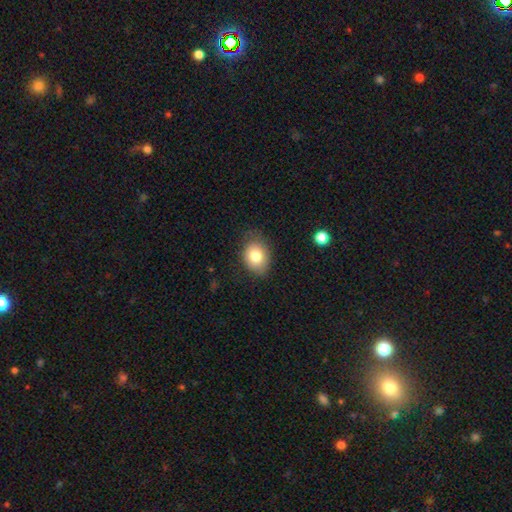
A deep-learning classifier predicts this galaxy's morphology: smooth_or_featured: smooth (p=0.80) [alt: featured or disk p=0.11]
how_rounded: in between (p=0.66) [alt: round p=0.33]
merging: none (p=0.74) [alt: minor disturbance p=0.20]